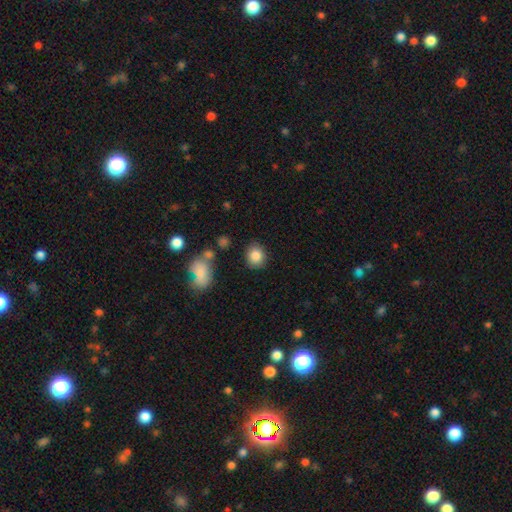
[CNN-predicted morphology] Smooth or featured: smooth — 85% (star or artifact — 9%)
How rounded: round — 73% (in between — 25%)
Merging: none — 83% (minor disturbance — 11%)